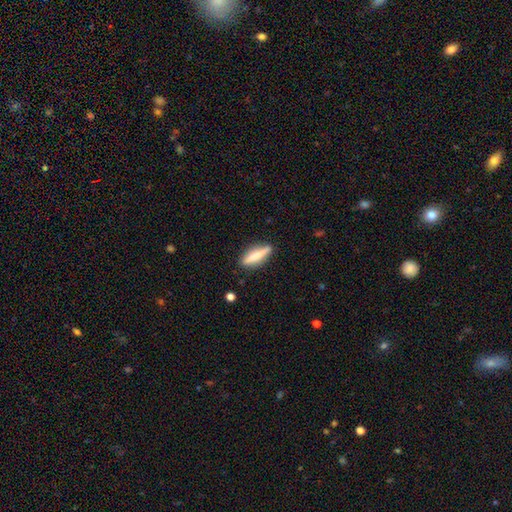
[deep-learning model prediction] Overall: smooth (60%; featured or disk 34%). How rounded: cigar-shaped (75%). Merging: none (86%).